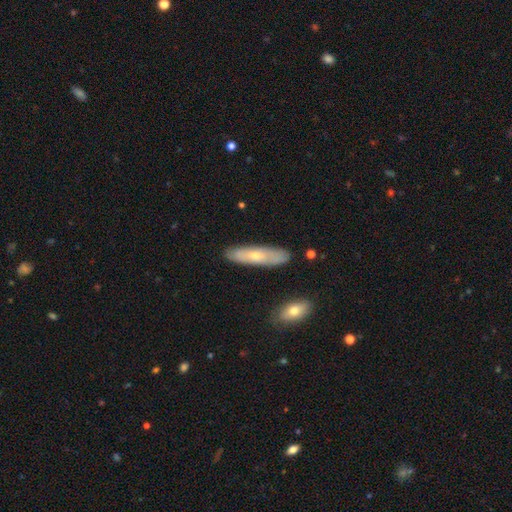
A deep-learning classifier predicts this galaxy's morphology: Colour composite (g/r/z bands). It shows a smooth galaxy with no disk features (53%) that is cigar-shaped (72%). Merging: none (84%).